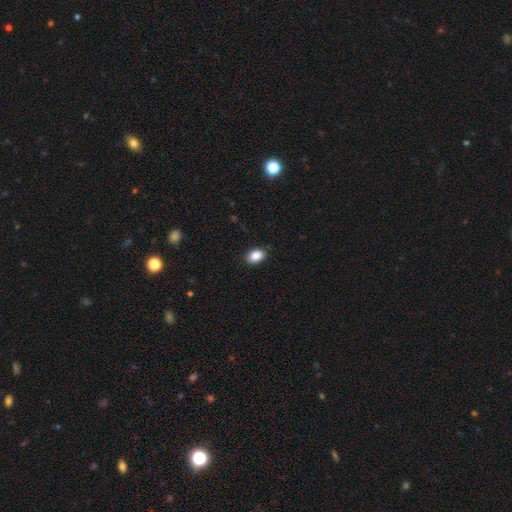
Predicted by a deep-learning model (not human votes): smooth 88%, star or artifact 8%, featured or disk 4%. Down the decision tree: how rounded — in between (80%); merging — none (87%).